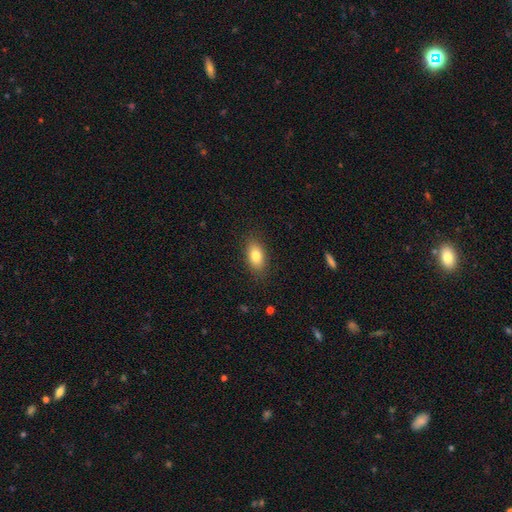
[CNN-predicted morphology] The model was most divided on "smooth or featured": smooth: 81%, featured or disk: 11%, star or artifact: 8%. More confident: how rounded — in between (88%); merging — none (86%).